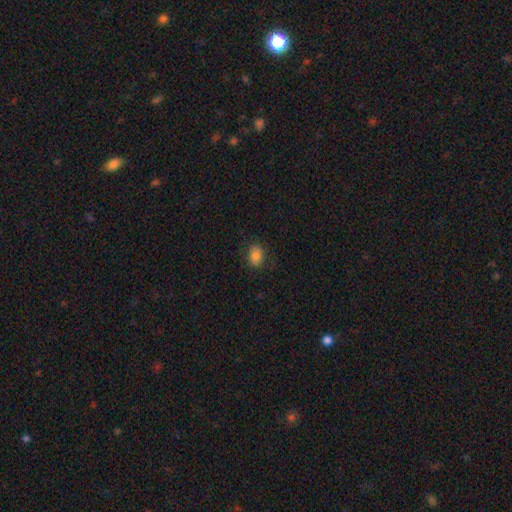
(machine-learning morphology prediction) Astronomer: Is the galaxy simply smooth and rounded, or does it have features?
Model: smooth — 83%.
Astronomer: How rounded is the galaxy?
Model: in between — 64%.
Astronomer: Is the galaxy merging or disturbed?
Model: none — 79%.